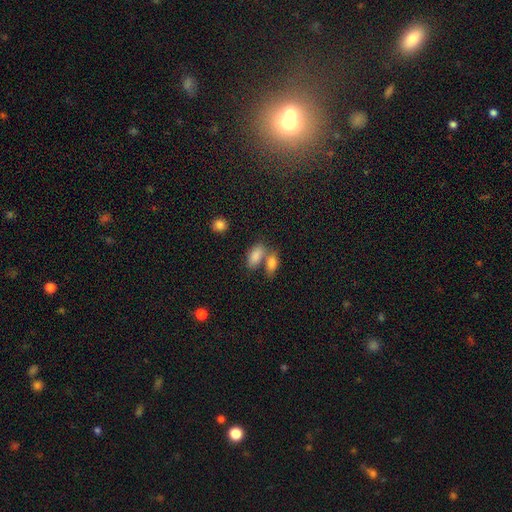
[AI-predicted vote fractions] smooth-or-featured: smooth: 84% | star or artifact: 8% | featured or disk: 8%
  how-rounded: in between: 90% | cigar-shaped: 6% | round: 5%
  merging: merger: 44% | none: 41% | minor disturbance: 10% | major disturbance: 4%